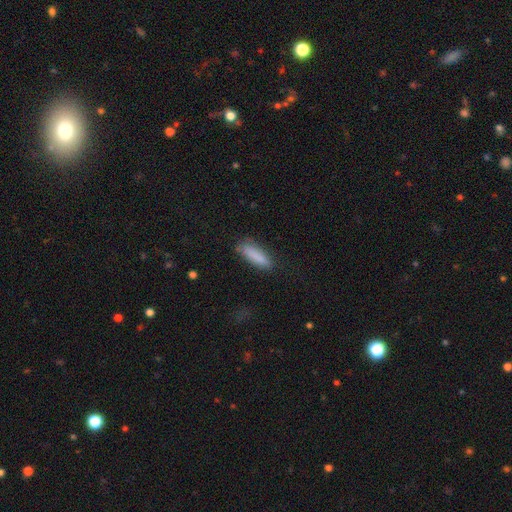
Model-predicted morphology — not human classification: Smooth or featured?
  - smooth: 85% *
  - featured or disk: 8%
  - star or artifact: 7%
How rounded?
  - cigar-shaped: 59% *
  - in between: 39%
  - round: 2%
Merging?
  - none: 74% *
  - minor disturbance: 19%
  - major disturbance: 5%
  - merger: 2%